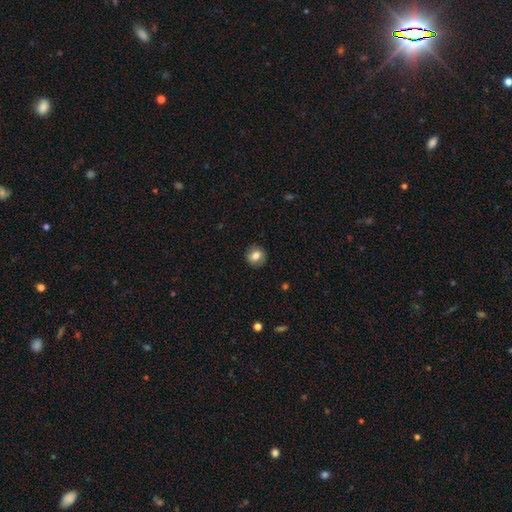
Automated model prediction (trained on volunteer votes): smooth-or-featured: smooth: 77% | featured or disk: 14% | star or artifact: 9%
  how-rounded: round: 82% | in between: 17% | cigar-shaped: 1%
  merging: none: 88% | minor disturbance: 9% | major disturbance: 2% | merger: 1%